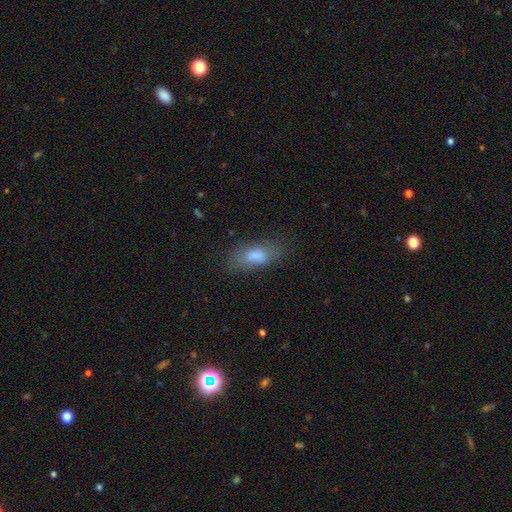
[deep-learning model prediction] smooth 76%, featured or disk 15%, star or artifact 9%. Down the decision tree: how rounded — in between (84%); merging — none (60%).